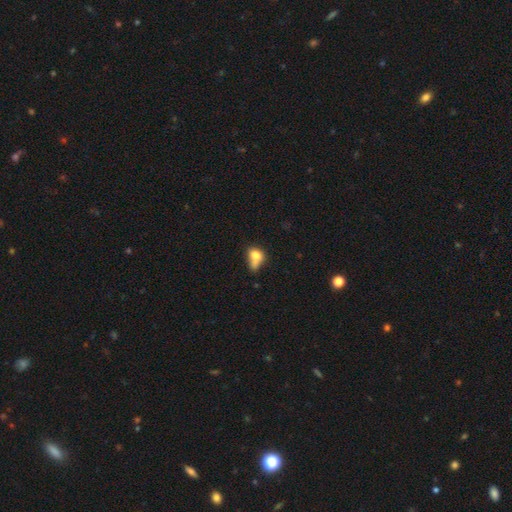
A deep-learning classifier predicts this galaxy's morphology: Overall: smooth (73%). How rounded: in between (57%; round 41%). Merging: merger (42%; none 24%).